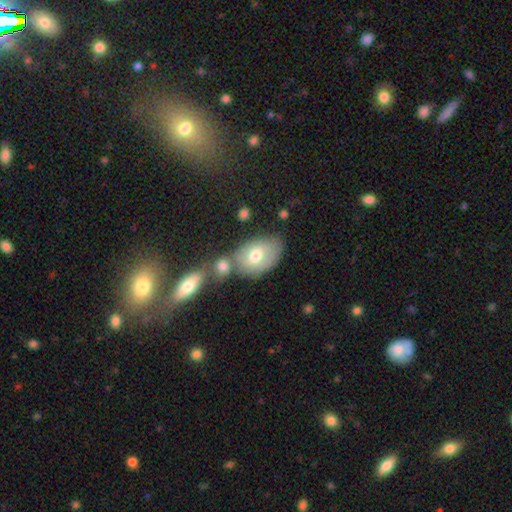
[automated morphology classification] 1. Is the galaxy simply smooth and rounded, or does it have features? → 64% smooth, 28% featured or disk, 8% star or artifact.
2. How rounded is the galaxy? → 83% in between, 16% round, 1% cigar-shaped.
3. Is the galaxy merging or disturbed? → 48% none, 30% merger, 16% minor disturbance, 6% major disturbance.